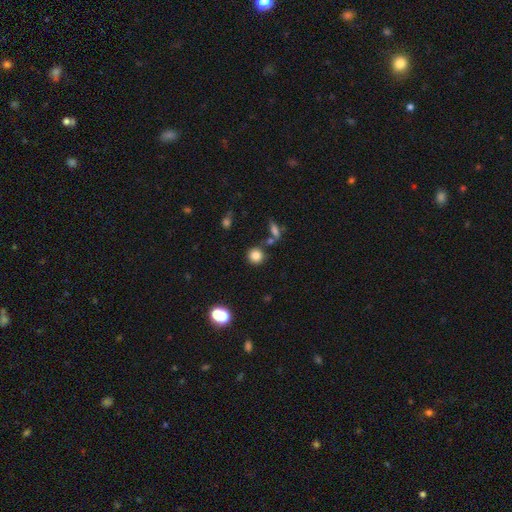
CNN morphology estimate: Smooth or featured? Predicted: smooth (p=0.82). How rounded? Predicted: round (p=0.90). Merging? Predicted: none (p=0.80).